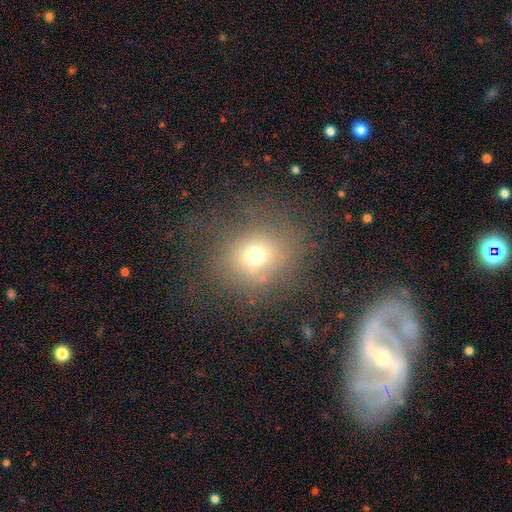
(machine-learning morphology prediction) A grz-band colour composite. It shows a smooth galaxy with no disk features (66%) that is round (75%). Merging: none (67%).